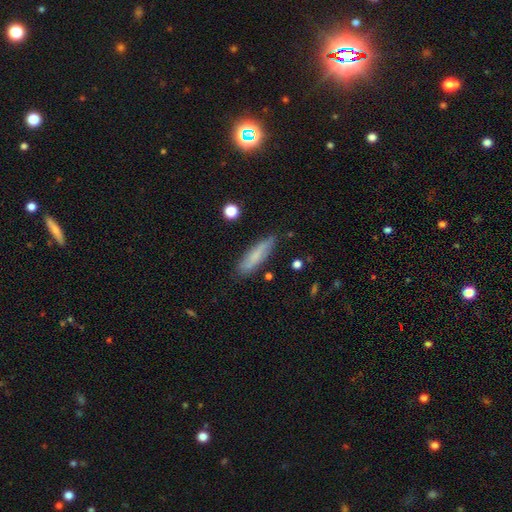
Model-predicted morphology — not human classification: This appears to be a smooth galaxy with no disk features (69%) that is cigar-shaped (71%). Merging: none (79%).